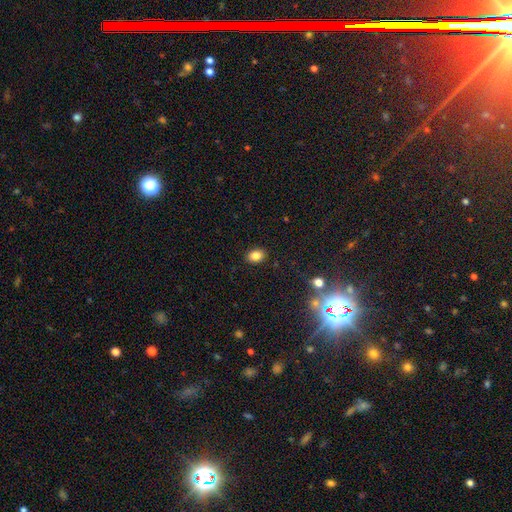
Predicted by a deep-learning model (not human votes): A smooth galaxy with no disk features (83%) that is in between round and cigar-shaped (71%). Merging: none (88%).